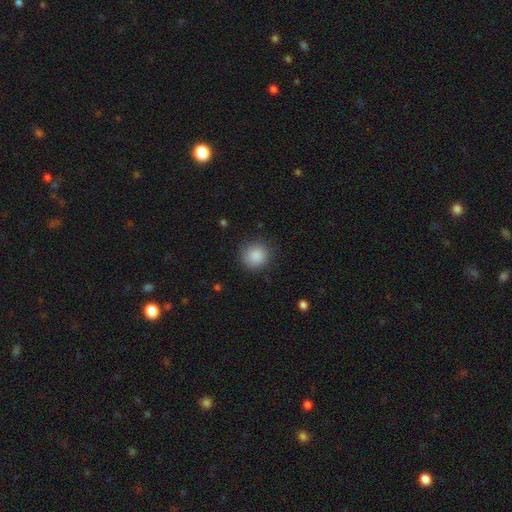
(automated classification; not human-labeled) This appears to be a smooth galaxy with no disk features (88%) that is round (93%). Merging: none (87%).